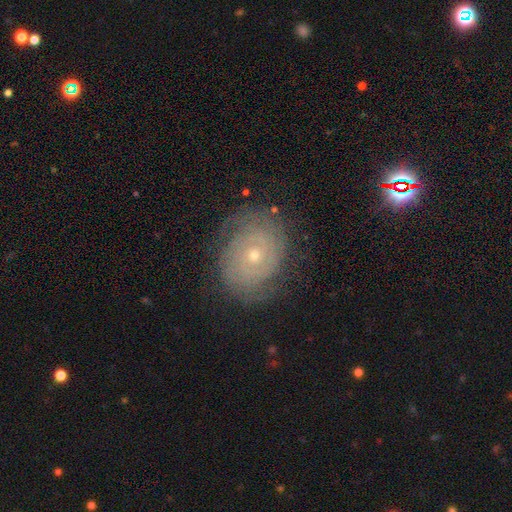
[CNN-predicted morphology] Q: Smooth or featured?
A: featured or disk (70%); runner-up: smooth (17%)
Q: Edge-on disk?
A: no (96%); runner-up: yes (4%)
Q: Bar?
A: no (82%); runner-up: weak (14%)
Q: Spiral arms?
A: yes (86%); runner-up: no (14%)
Q: Spiral winding?
A: tight (77%); runner-up: medium (17%)
Q: Spiral arm count?
A: can't tell (44%); runner-up: 2 (29%)
Q: Bulge size?
A: small (62%); runner-up: moderate (34%)
Q: Merging?
A: none (81%); runner-up: minor disturbance (13%)